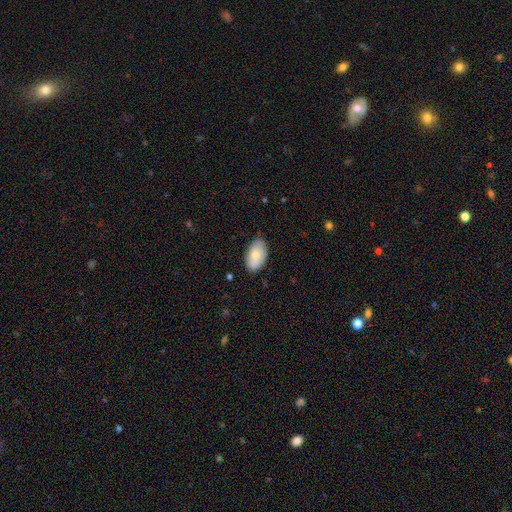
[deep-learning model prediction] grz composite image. It shows a smooth galaxy with no disk features (75%) that is in between round and cigar-shaped (94%). Merging: none (82%).